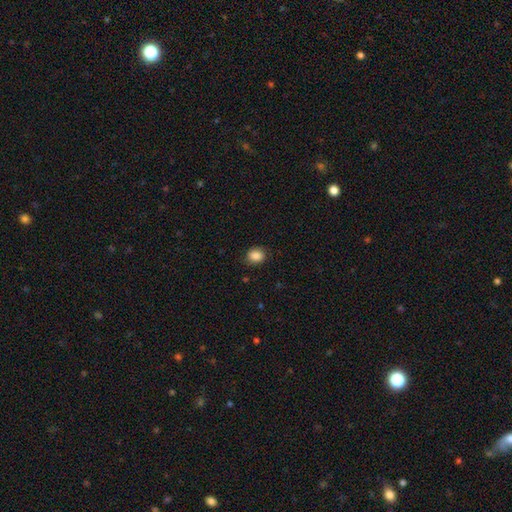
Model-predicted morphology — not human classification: Smooth or featured? Predicted: smooth (p=0.86). How rounded? Predicted: round (p=0.55). Merging? Predicted: none (p=0.83).